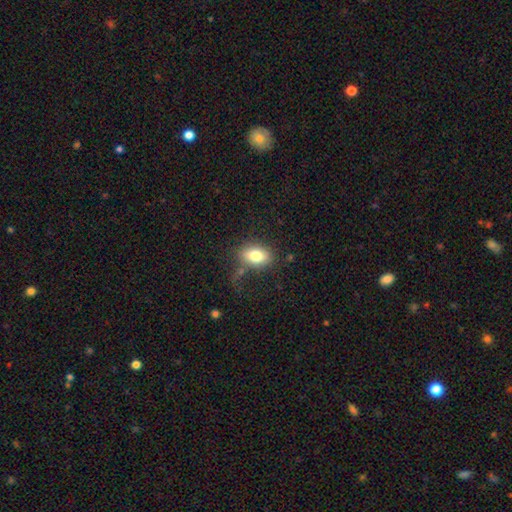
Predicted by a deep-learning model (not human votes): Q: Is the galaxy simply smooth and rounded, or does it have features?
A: smooth — 80%.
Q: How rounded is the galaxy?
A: in between — 84%.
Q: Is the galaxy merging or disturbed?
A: none — 70%.